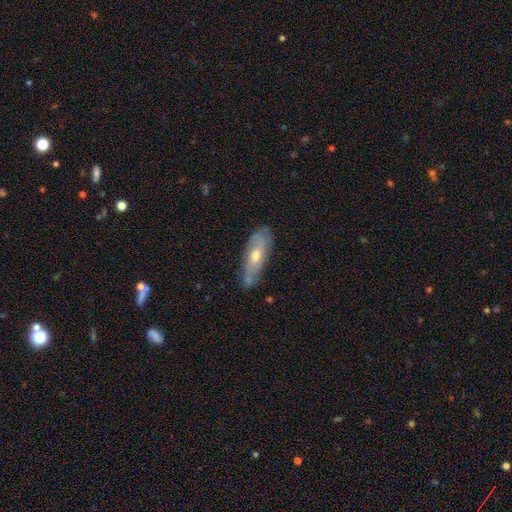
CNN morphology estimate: Q: Smooth or featured?
A: featured or disk (58%); runner-up: smooth (34%)
Q: Edge-on disk?
A: no (67%); runner-up: yes (33%)
Q: Merging?
A: none (66%); runner-up: minor disturbance (25%)